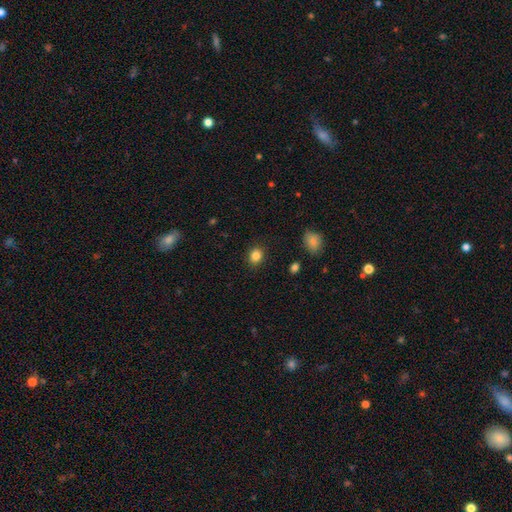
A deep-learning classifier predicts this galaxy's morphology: Smooth or featured?
  - smooth: 85% *
  - star or artifact: 11%
  - featured or disk: 5%
How rounded?
  - round: 69% *
  - in between: 30%
  - cigar-shaped: 1%
Merging?
  - none: 89% *
  - minor disturbance: 8%
  - major disturbance: 2%
  - merger: 1%